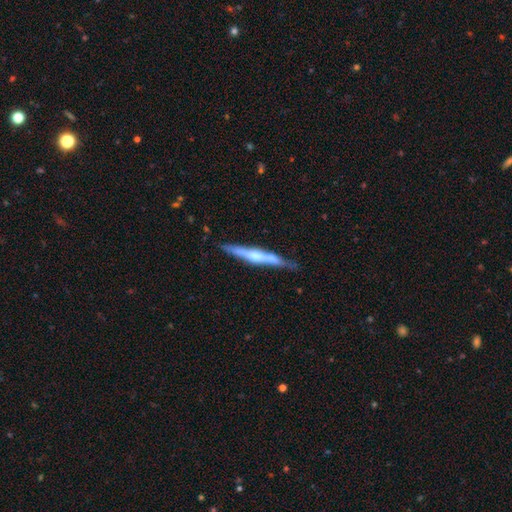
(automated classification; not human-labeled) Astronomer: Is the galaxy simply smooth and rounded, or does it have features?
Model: featured or disk — 67%.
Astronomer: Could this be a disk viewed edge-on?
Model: yes — 96%.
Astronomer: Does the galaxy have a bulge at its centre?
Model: rounded — 70%.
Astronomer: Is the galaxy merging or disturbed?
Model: none — 76%.